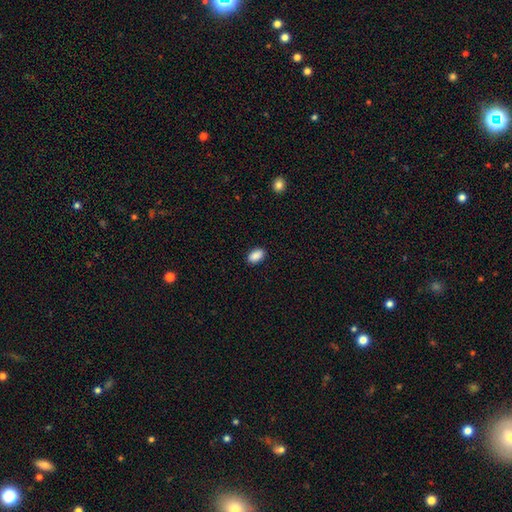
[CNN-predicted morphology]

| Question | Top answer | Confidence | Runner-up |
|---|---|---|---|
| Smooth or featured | smooth | 90% | star or artifact (7%) |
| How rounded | in between | 92% | round (6%) |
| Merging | none | 89% | minor disturbance (8%) |